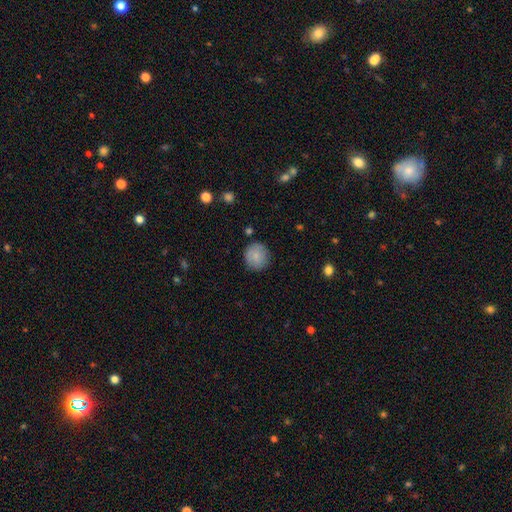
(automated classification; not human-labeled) smooth_or_featured: smooth (p=0.83) [alt: featured or disk p=0.10]
how_rounded: round (p=0.91) [alt: in between p=0.08]
merging: none (p=0.86) [alt: minor disturbance p=0.10]